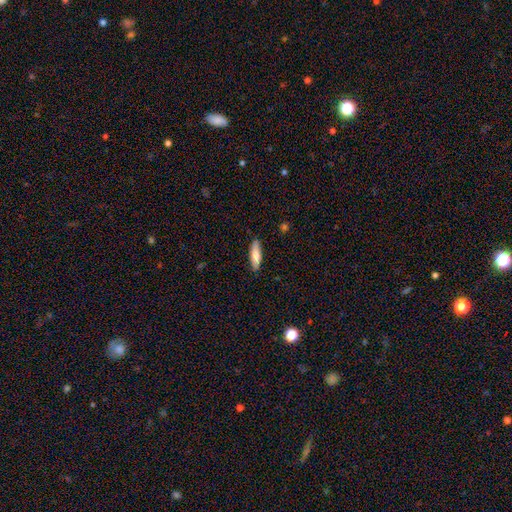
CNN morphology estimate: type=smooth (79%); roundness=cigar-shaped (60%); merging=none (86%).